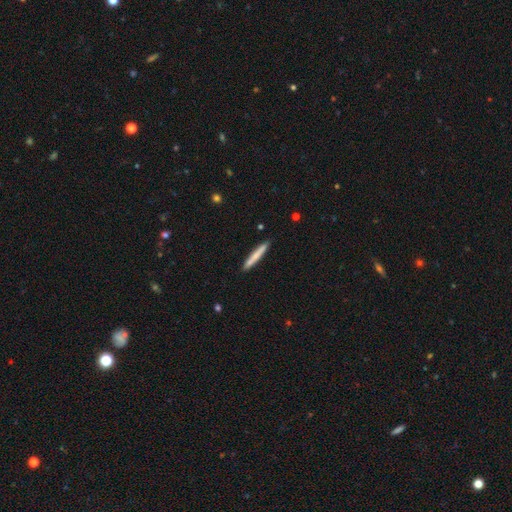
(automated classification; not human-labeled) A smooth galaxy with no disk features (73%) that is cigar-shaped (96%). Merging: none (90%).